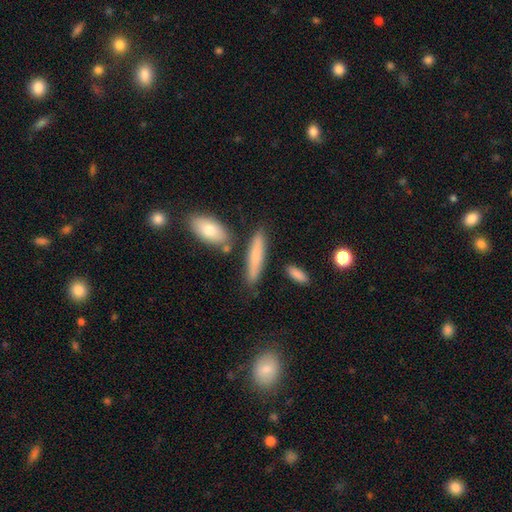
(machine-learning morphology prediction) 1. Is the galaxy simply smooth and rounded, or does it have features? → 71% smooth, 22% featured or disk, 7% star or artifact.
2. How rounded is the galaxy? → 82% cigar-shaped, 15% in between, 3% round.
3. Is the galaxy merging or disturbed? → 82% none, 10% minor disturbance, 5% merger, 3% major disturbance.